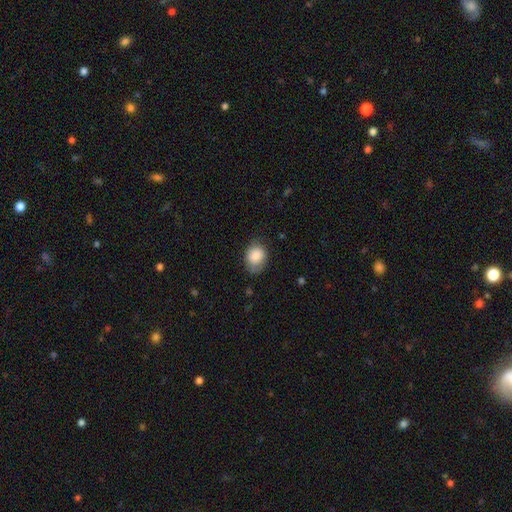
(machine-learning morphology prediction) Q: Smooth or featured?
A: smooth (83%); runner-up: featured or disk (9%)
Q: How rounded?
A: in between (55%); runner-up: round (44%)
Q: Merging?
A: none (66%); runner-up: minor disturbance (25%)